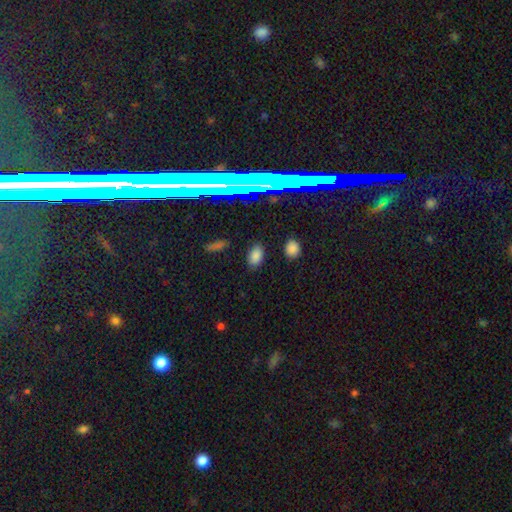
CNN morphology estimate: type=smooth (79%); roundness=in between (91%); merging=none (86%).